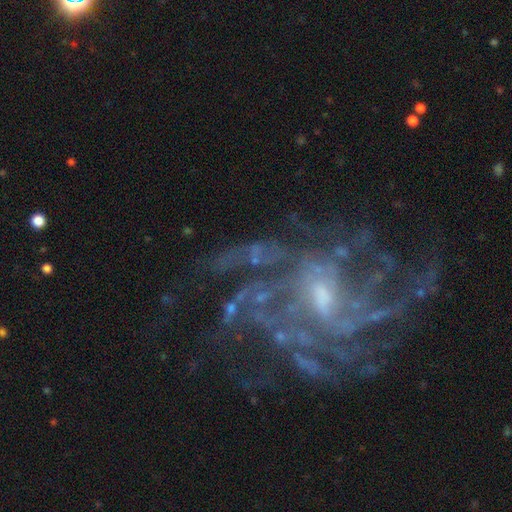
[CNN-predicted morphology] This is likely a featured or disk galaxy (79%). It is clearly not viewed edge-on (97%). Bar: marginally weak (41%). Spiral arm pattern: clearly yes (86%). Spiral arm count: marginally can't tell (33%). Spiral winding: marginally medium (41%). Central bulge: possibly small (46%). Merging: possibly none (50%).